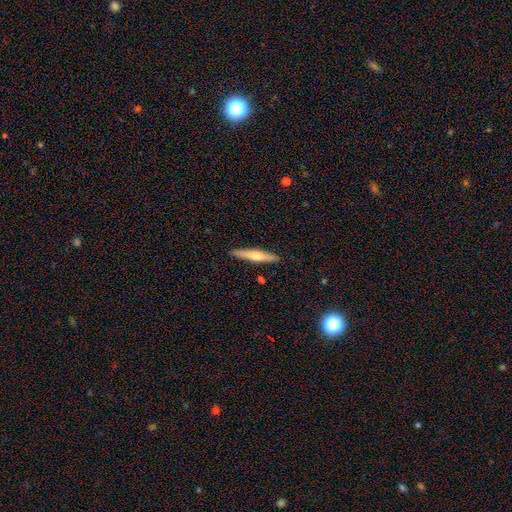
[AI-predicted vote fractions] smooth_or_featured: featured or disk (p=0.54) [alt: smooth p=0.41]
disk_edge_on: yes (p=0.97) [alt: no p=0.03]
edge_on_bulge: rounded (p=0.83) [alt: none p=0.11]
merging: none (p=0.91) [alt: minor disturbance p=0.07]